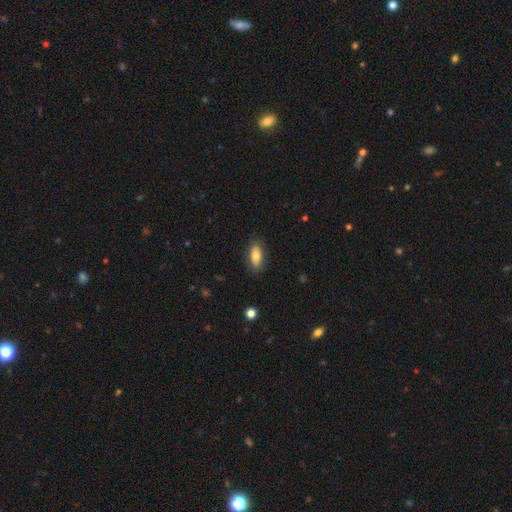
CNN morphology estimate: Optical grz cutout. It shows a smooth galaxy with no disk features (74%) that is in between round and cigar-shaped (86%). Merging: none (83%).